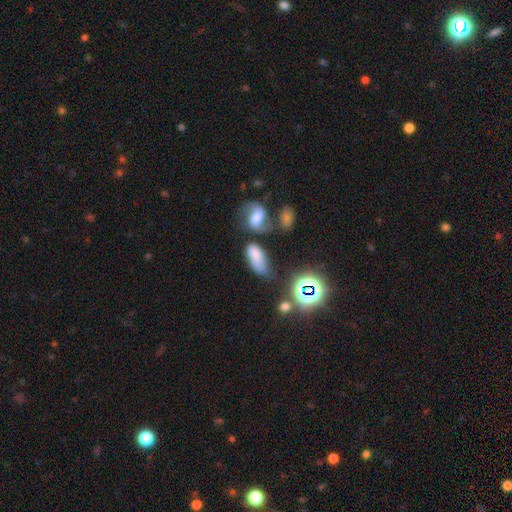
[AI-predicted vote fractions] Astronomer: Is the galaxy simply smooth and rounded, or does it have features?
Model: smooth — 72%.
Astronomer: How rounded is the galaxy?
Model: in between — 87%.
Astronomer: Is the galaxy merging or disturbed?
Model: none — 45% (runner-up: minor disturbance, 24%).